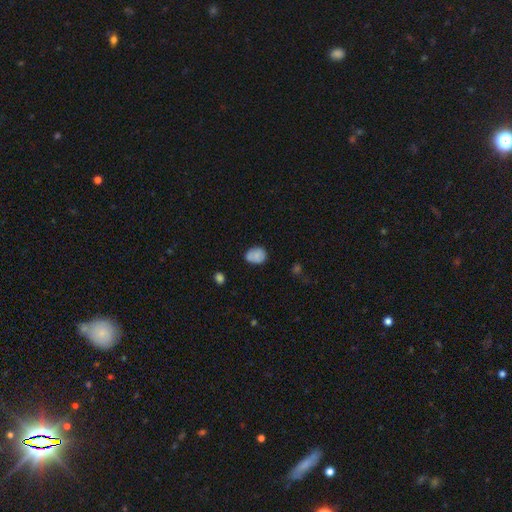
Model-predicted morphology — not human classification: smooth_or_featured: smooth (p=0.81) [alt: featured or disk p=0.11]
how_rounded: in between (p=0.58) [alt: round p=0.41]
merging: none (p=0.68) [alt: minor disturbance p=0.24]